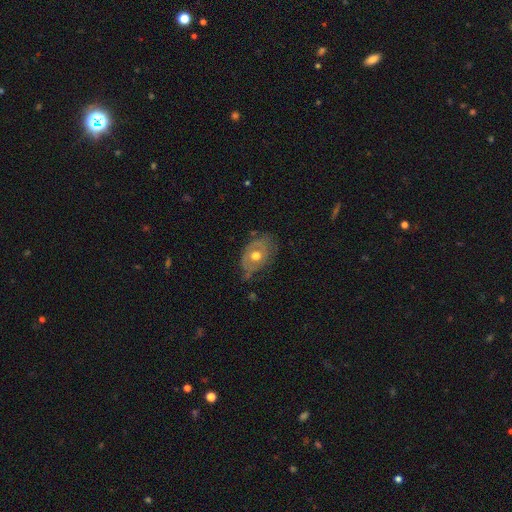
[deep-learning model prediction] Smooth or featured?
  - featured or disk: 55% *
  - smooth: 38%
  - star or artifact: 7%
Edge-on disk?
  - no: 93% *
  - yes: 7%
Bar?
  - no: 85% *
  - weak: 12%
  - strong: 3%
Spiral arms?
  - no: 67% *
  - yes: 33%
Bulge size?
  - moderate: 78% *
  - large: 12%
  - small: 8%
  - dominant: 1%
  - none: 1%
Merging?
  - none: 51% *
  - minor disturbance: 32%
  - major disturbance: 14%
  - merger: 3%